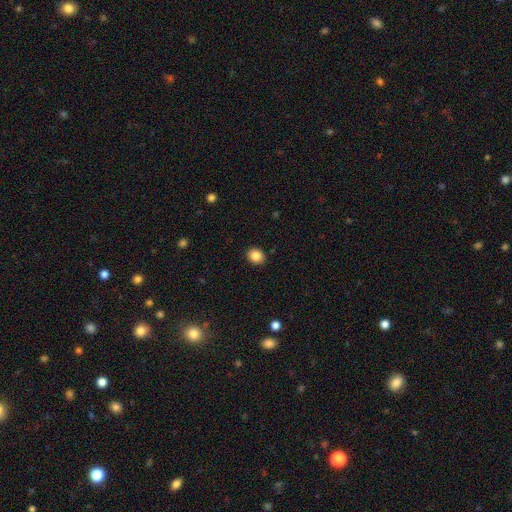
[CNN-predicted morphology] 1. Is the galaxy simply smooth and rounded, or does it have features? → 86% smooth, 9% star or artifact, 4% featured or disk.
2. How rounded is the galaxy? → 61% round, 38% in between, 1% cigar-shaped.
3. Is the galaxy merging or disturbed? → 90% none, 7% minor disturbance, 2% major disturbance, 1% merger.